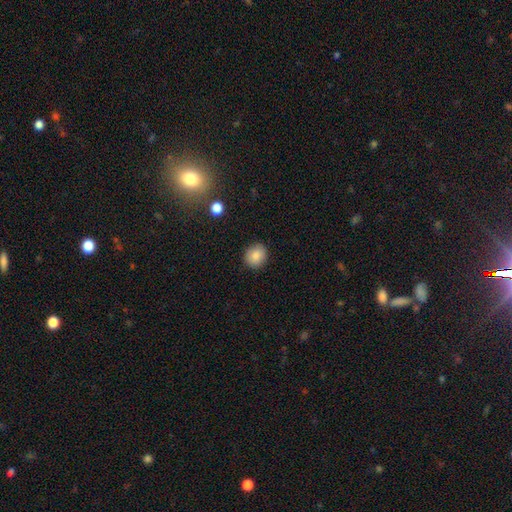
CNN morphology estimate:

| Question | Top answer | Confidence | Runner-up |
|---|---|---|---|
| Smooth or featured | smooth | 84% | star or artifact (9%) |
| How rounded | round | 82% | in between (17%) |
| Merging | none | 90% | minor disturbance (7%) |